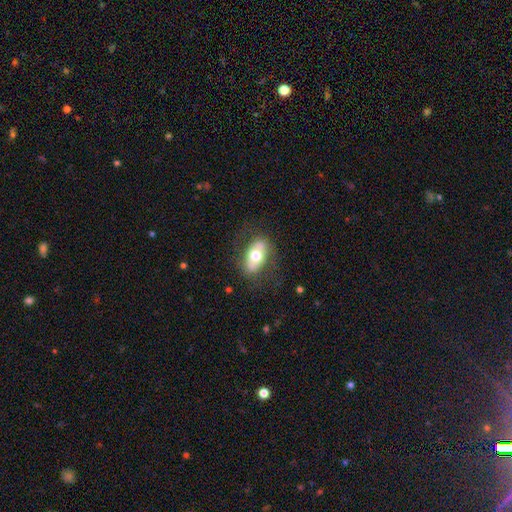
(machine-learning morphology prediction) This appears to be a smooth galaxy with no disk features (57%) that is in between round and cigar-shaped (89%). Merging: none (76%).